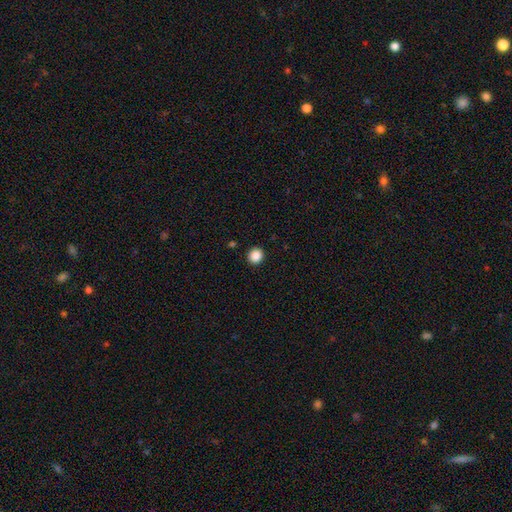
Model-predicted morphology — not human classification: The model was most divided on "smooth or featured": smooth: 88%, star or artifact: 10%, featured or disk: 3%. More confident: merging — none (93%); how rounded — round (91%).